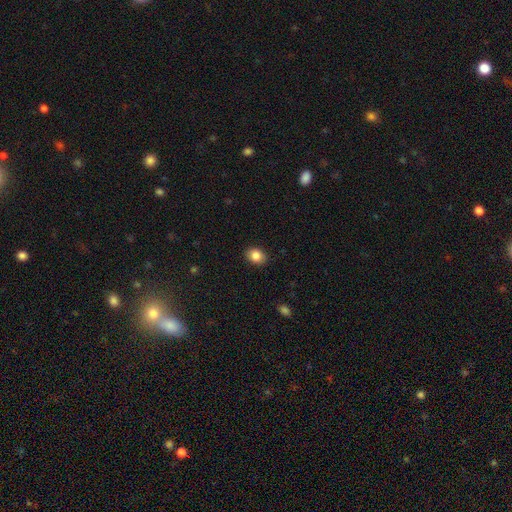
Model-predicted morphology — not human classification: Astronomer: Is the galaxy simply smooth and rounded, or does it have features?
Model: smooth — 86%.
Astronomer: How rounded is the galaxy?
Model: in between — 56% (runner-up: round, 43%).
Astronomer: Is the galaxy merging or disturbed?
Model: none — 89%.